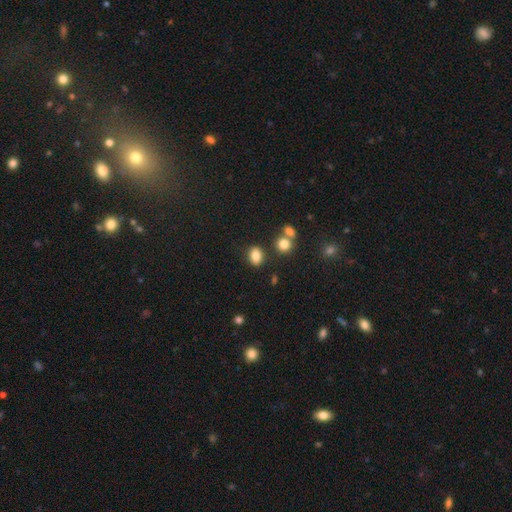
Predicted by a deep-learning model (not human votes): smooth 83%, star or artifact 10%, featured or disk 6%. Down the decision tree: how rounded — in between (63%); merging — none (77%).